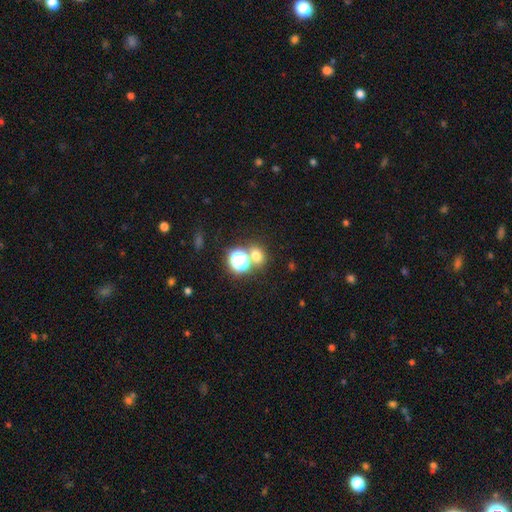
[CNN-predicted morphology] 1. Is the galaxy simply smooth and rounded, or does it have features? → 67% smooth, 25% star or artifact, 8% featured or disk.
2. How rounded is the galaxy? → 71% round, 28% in between, 1% cigar-shaped.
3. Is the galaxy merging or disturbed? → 64% none, 24% merger, 8% minor disturbance, 4% major disturbance.